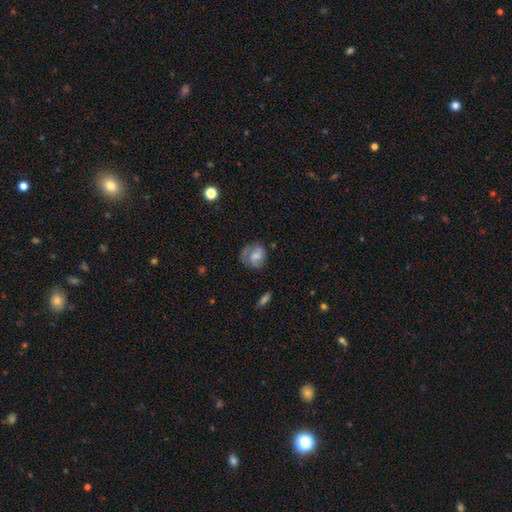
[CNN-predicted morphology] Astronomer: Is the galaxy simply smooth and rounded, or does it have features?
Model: smooth — 59%.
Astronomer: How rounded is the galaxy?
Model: round — 65%.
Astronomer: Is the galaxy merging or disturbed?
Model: none — 51% (runner-up: minor disturbance, 27%).